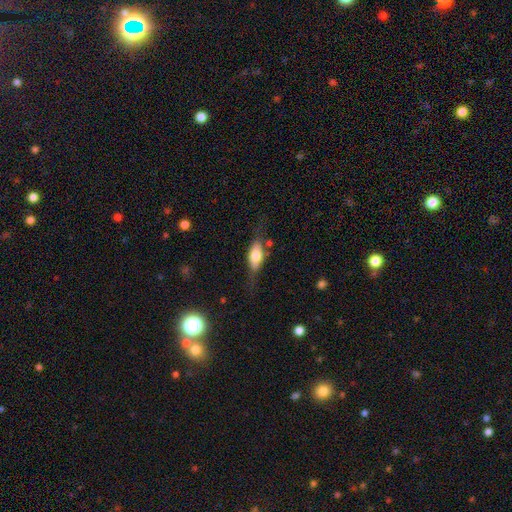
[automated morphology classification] smooth-or-featured: smooth: 57% | featured or disk: 36% | star or artifact: 7%
  how-rounded: in between: 73% | cigar-shaped: 23% | round: 4%
  merging: none: 64% | minor disturbance: 22% | major disturbance: 10% | merger: 3%